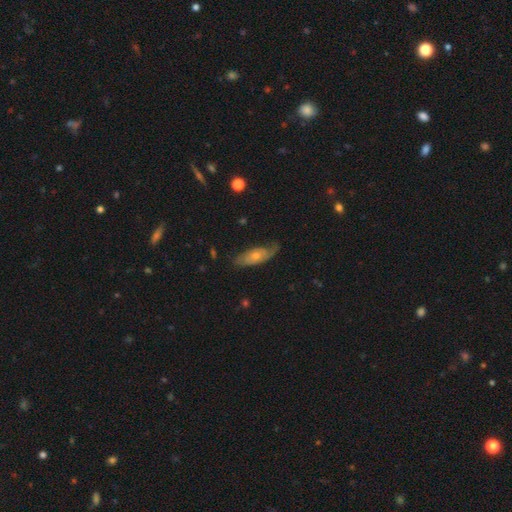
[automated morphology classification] This appears to be a featured or disk galaxy (59%). Merging: none (67%).